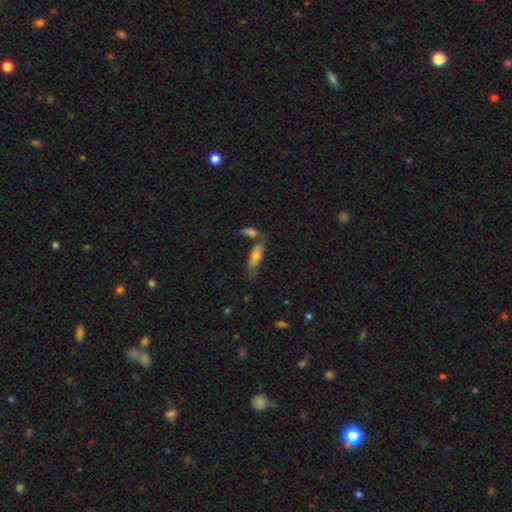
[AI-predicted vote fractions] Q: Smooth or featured?
A: smooth (67%); runner-up: featured or disk (27%)
Q: How rounded?
A: in between (69%); runner-up: cigar-shaped (29%)
Q: Merging?
A: none (46%); runner-up: merger (29%)